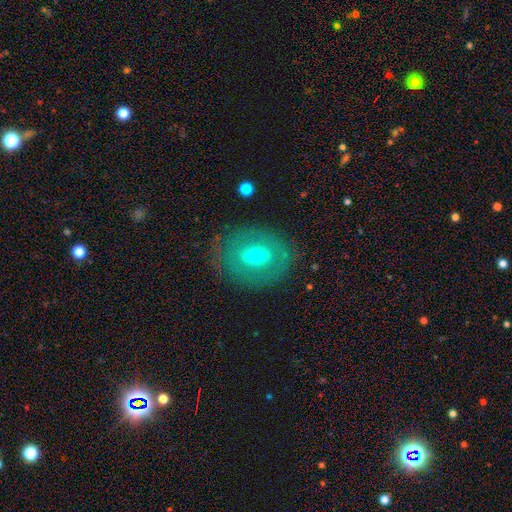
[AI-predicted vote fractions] smooth_or_featured: featured or disk (p=0.51) [alt: smooth p=0.41]
disk_edge_on: no (p=0.92) [alt: yes p=0.08]
merging: none (p=0.79) [alt: minor disturbance p=0.13]